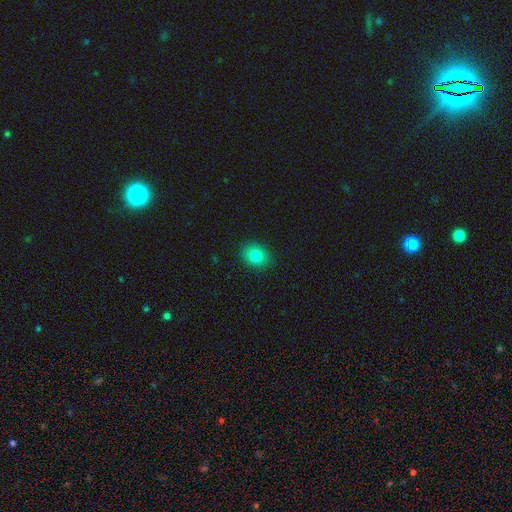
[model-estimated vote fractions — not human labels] Smooth or featured? smooth (82%)
How rounded? round (50%)
Merging? none (89%)